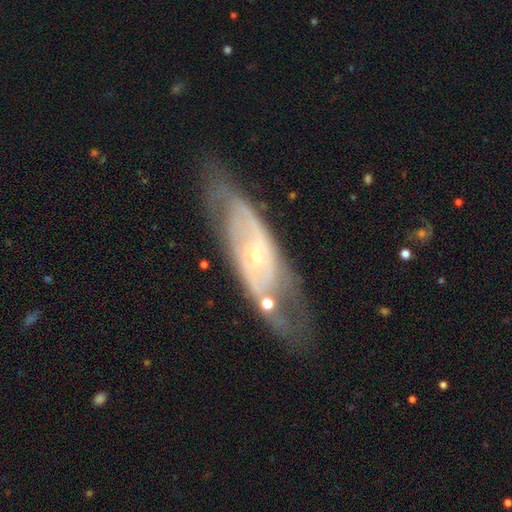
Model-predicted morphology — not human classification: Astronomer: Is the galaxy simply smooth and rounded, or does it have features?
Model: featured or disk — 78%.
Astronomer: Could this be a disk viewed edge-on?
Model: no — 84%.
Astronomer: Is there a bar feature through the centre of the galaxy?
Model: no — 67%.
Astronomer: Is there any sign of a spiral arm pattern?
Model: yes — 72%.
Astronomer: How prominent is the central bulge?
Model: small — 77%.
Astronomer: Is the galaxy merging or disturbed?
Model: none — 63%.